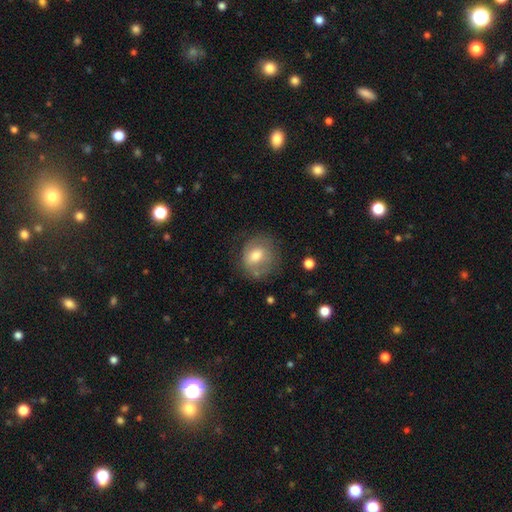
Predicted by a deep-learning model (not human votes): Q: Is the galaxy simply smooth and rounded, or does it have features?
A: smooth — 65%.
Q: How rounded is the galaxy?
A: round — 66%.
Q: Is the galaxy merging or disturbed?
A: none — 62%.